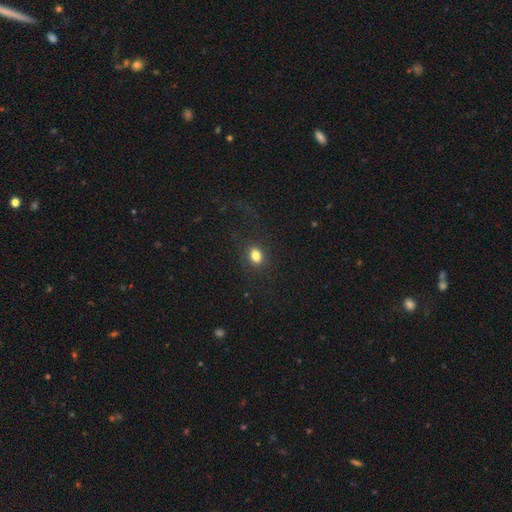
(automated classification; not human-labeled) This appears to be a smooth galaxy with no disk features (81%) that is in between round and cigar-shaped (71%). Merging: none (82%).